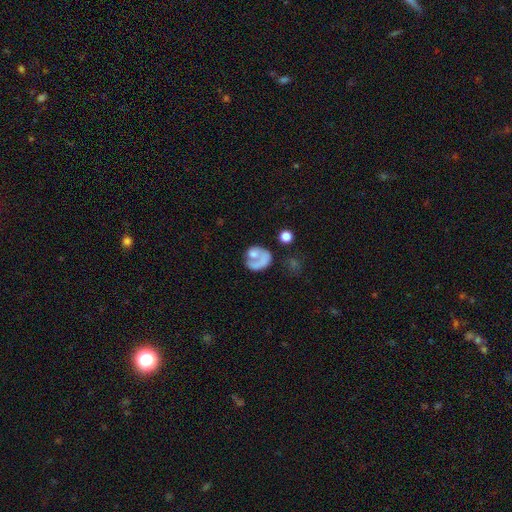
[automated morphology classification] Smooth or featured? Predicted: smooth (p=0.53). How rounded? Predicted: round (p=0.61). Merging? Predicted: none (p=0.36).